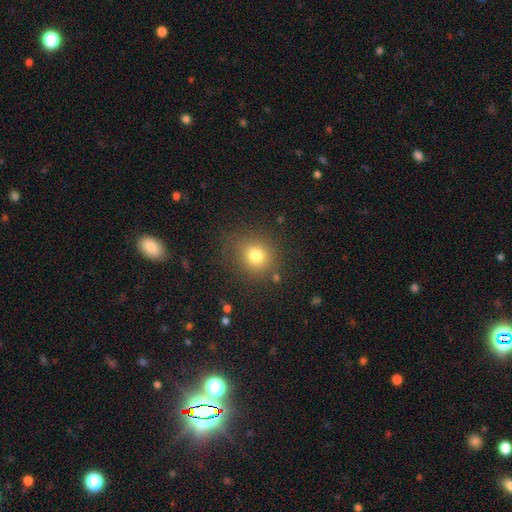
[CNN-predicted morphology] type=smooth (77%); roundness=round (82%); merging=none (82%).